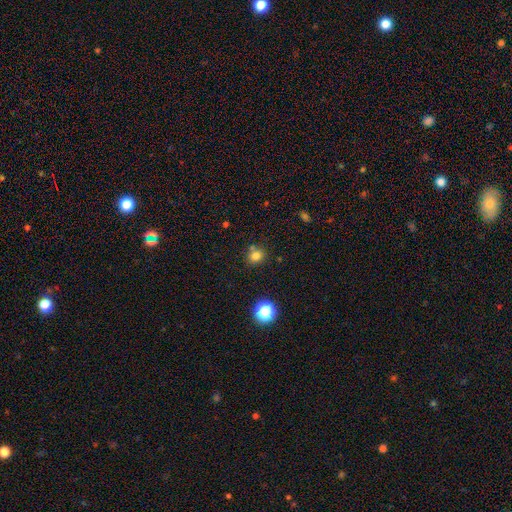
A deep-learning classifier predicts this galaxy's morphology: Overall: smooth (78%). How rounded: round (83%). Merging: none (73%).